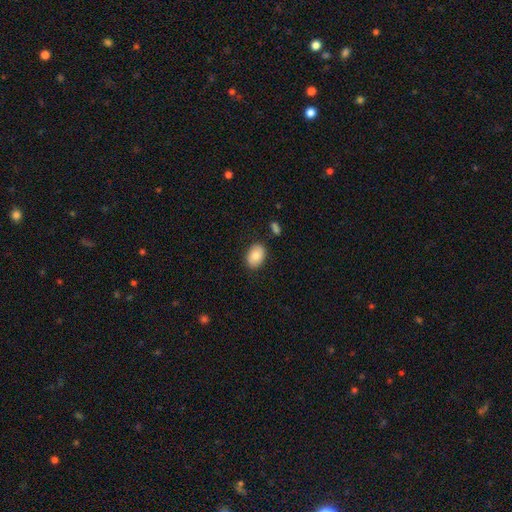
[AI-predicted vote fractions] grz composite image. It shows a smooth galaxy with no disk features (83%) that is in between round and cigar-shaped (80%). Merging: none (85%).